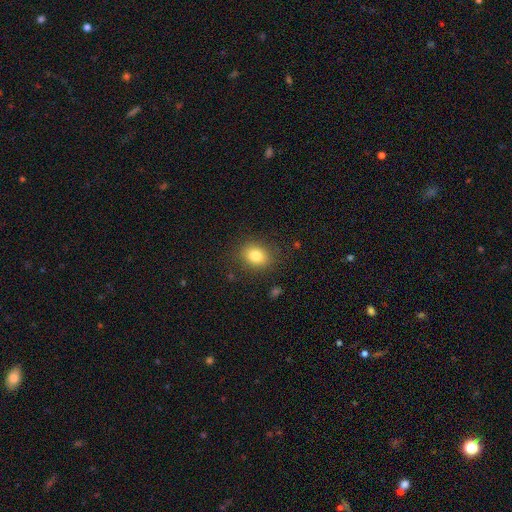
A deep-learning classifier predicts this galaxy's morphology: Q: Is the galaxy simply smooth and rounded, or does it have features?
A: smooth — 81%.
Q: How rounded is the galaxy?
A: round — 54%.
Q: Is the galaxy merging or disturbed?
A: none — 85%.